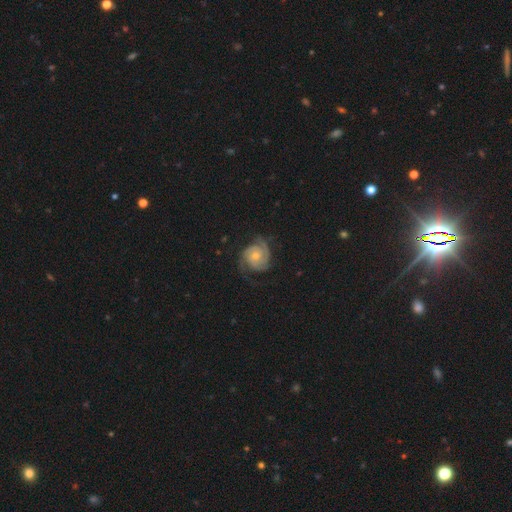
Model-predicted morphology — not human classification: type=featured or disk (82%); edge-on=no (98%); bar=no (75%); spiral arms=yes (96%); winding=tight (59%); arm count=2 (46%); bulge=small (49%); merging=none (66%).